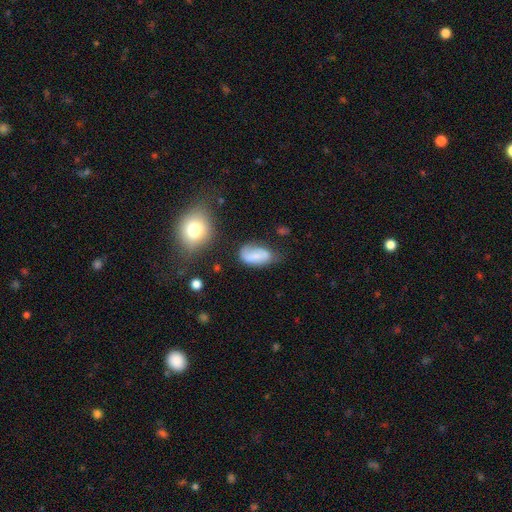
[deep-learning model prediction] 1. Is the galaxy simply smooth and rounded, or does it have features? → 67% smooth, 25% featured or disk, 9% star or artifact.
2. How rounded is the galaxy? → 91% in between, 5% round, 4% cigar-shaped.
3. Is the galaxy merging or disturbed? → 45% none, 33% minor disturbance, 16% major disturbance, 5% merger.